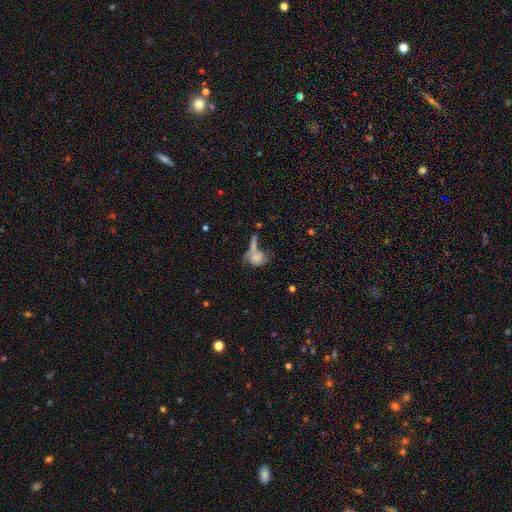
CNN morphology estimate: A smooth galaxy with no disk features (49%).

Vote fractions:
- Smooth or featured? smooth: 49% / featured or disk: 40% / star or artifact: 11%
- Merging? merger: 35% / none: 27% / major disturbance: 20% / minor disturbance: 17%